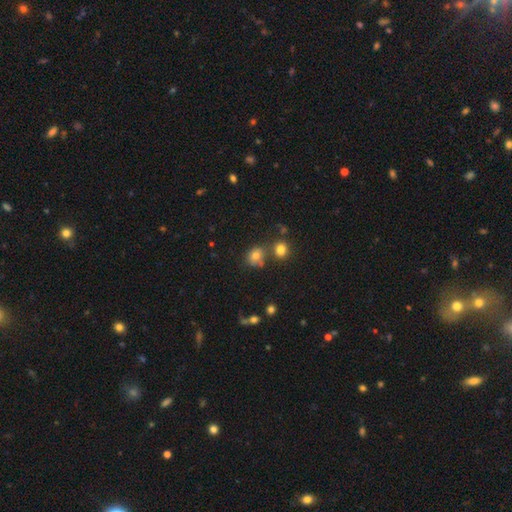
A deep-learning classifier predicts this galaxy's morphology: This appears to be a smooth galaxy with no disk features (75%) that is round (67%). Merging: none (62%).